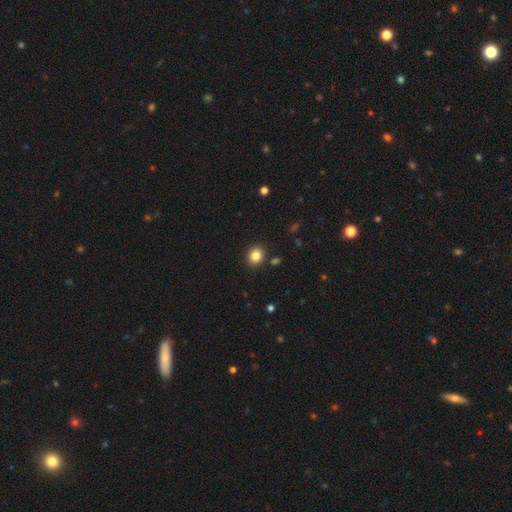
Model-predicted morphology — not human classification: smooth-or-featured: smooth: 84% | star or artifact: 11% | featured or disk: 6%
  how-rounded: round: 71% | in between: 28% | cigar-shaped: 1%
  merging: none: 88% | minor disturbance: 7% | merger: 3% | major disturbance: 2%